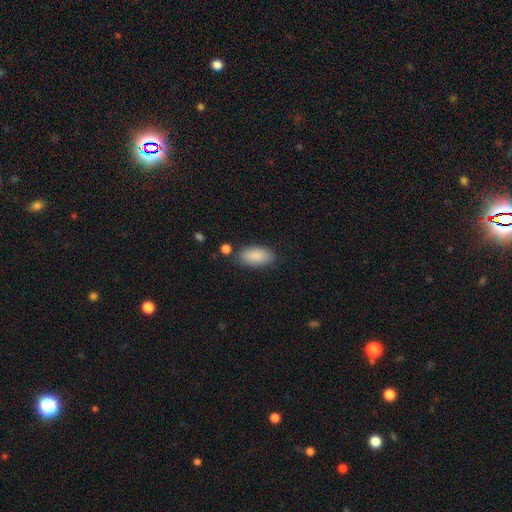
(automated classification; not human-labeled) smooth-or-featured: smooth: 88% | star or artifact: 6% | featured or disk: 5%
  how-rounded: in between: 93% | cigar-shaped: 4% | round: 3%
  merging: none: 81% | minor disturbance: 13% | merger: 3% | major disturbance: 3%